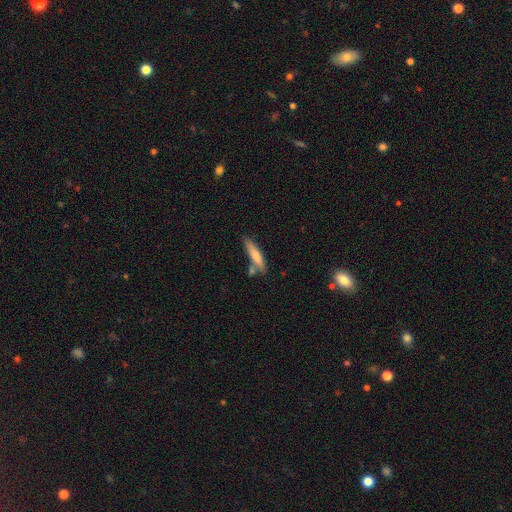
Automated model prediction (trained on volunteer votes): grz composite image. It shows a smooth galaxy with no disk features (61%) that is cigar-shaped (83%). Merging: none (72%).